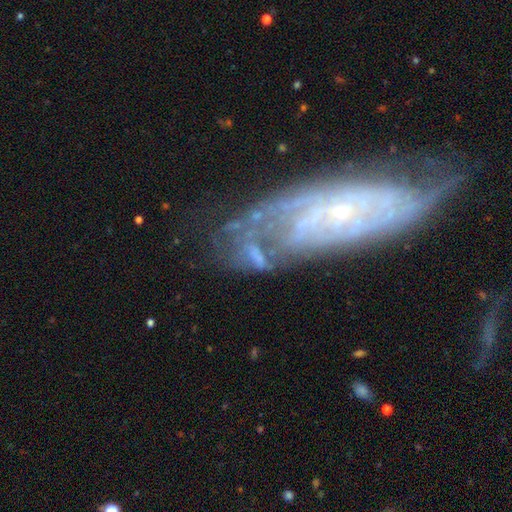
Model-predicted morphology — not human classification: A featured or disk galaxy (55%) with no bar (63%), no spiral arms (54%) and no central bulge (43%). Merging: none (36%).